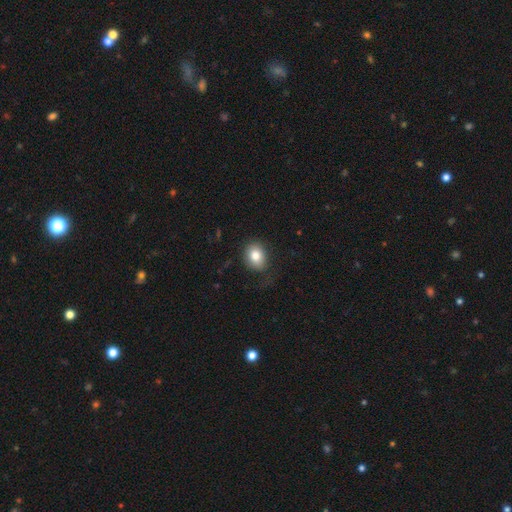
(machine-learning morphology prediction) smooth_or_featured: smooth (p=0.80) [alt: featured or disk p=0.10]
how_rounded: round (p=0.51) [alt: in between p=0.48]
merging: none (p=0.73) [alt: minor disturbance p=0.18]